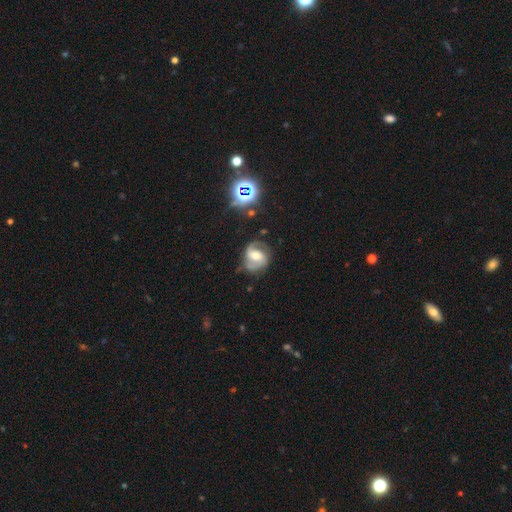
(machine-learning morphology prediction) smooth-or-featured: featured or disk: 73% | smooth: 17% | star or artifact: 10%
  disk-edge-on: no: 97% | yes: 3%
    bar: weak: 41% | no: 30% | strong: 29%
    has-spiral-arms: yes: 91% | no: 9%
      spiral-winding: medium: 50% | loose: 25% | tight: 25%
      spiral-arm-count: 2: 84% | can't tell: 7% | 1: 5% | 3: 2% | 4: 1% | more than 4: 1%
    bulge-size: moderate: 65% | small: 25% | large: 7% | none: 2% | dominant: 1%
  merging: none: 67% | minor disturbance: 21% | major disturbance: 9% | merger: 3%